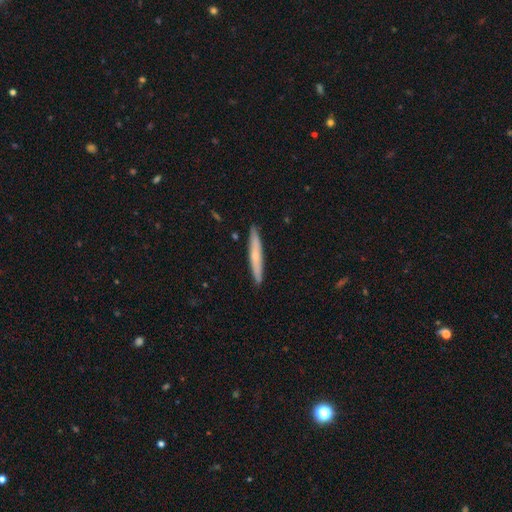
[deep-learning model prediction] Q: Smooth or featured?
A: smooth (56%); runner-up: featured or disk (38%)
Q: How rounded?
A: cigar-shaped (96%); runner-up: in between (3%)
Q: Merging?
A: none (91%); runner-up: minor disturbance (7%)